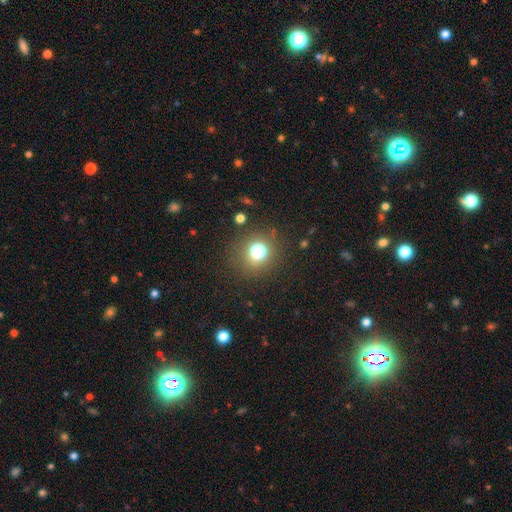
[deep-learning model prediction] The model was most divided on "smooth or featured": smooth: 69%, star or artifact: 21%, featured or disk: 10%. More confident: how rounded — round (85%); merging — none (77%).